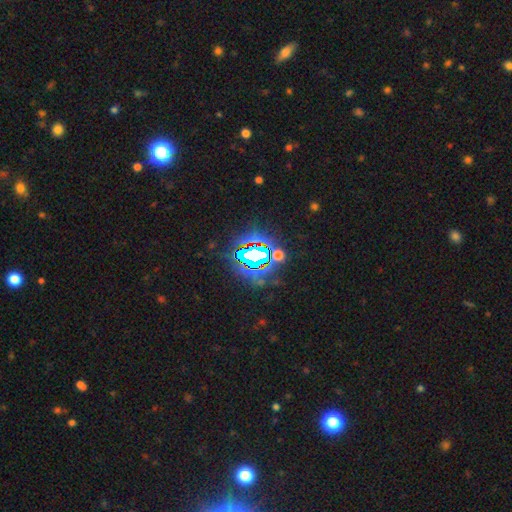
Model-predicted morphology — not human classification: smooth-or-featured: star or artifact: 74% | smooth: 13% | featured or disk: 13%